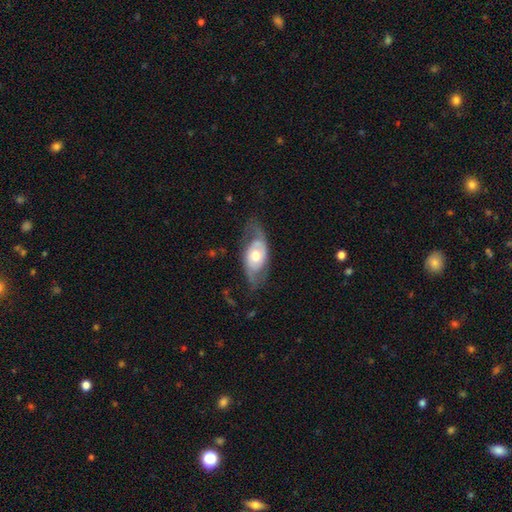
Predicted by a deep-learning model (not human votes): Smooth or featured: featured or disk — 66% (smooth — 29%)
Edge-on disk: no — 89% (yes — 11%)
Bar: no — 77% (weak — 18%)
Spiral arms: yes — 69% (no — 31%)
Bulge size: moderate — 69% (large — 17%)
Merging: none — 56% (minor disturbance — 25%)